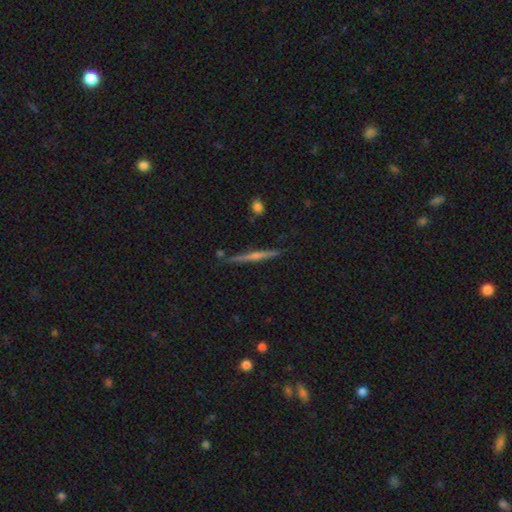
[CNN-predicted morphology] Smooth or featured: featured or disk — 67% (smooth — 22%)
Edge-on disk: yes — 97% (no — 3%)
Edge-on bulge: rounded — 64% (none — 28%)
Merging: none — 87% (minor disturbance — 9%)